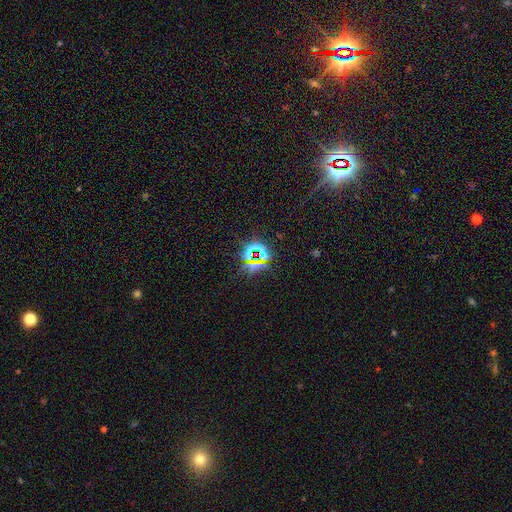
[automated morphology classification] Q: Smooth or featured?
A: star or artifact (78%); runner-up: smooth (14%)